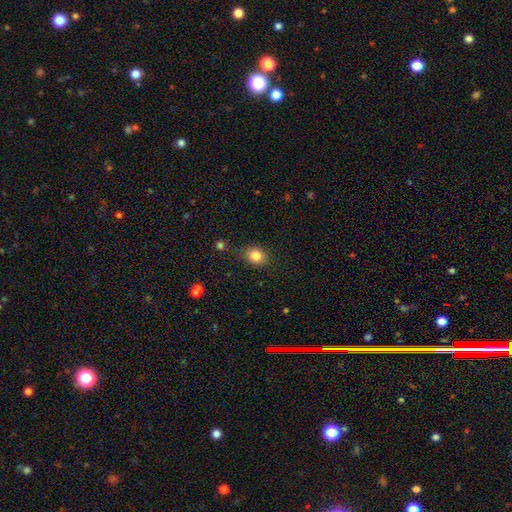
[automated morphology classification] smooth 84%, star or artifact 10%, featured or disk 6%. Down the decision tree: how rounded — round (54%); merging — none (81%).